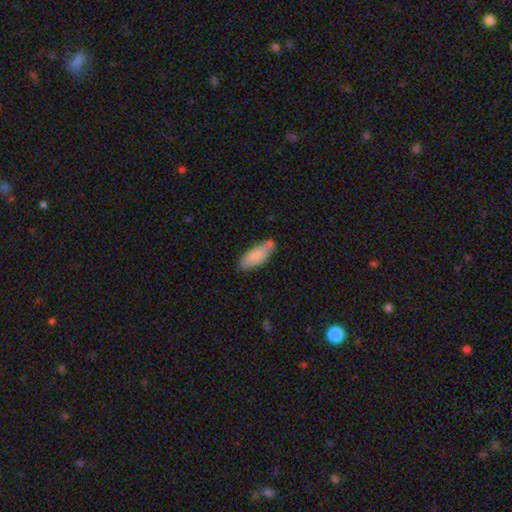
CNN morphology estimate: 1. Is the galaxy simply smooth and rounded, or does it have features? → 84% smooth, 11% featured or disk, 6% star or artifact.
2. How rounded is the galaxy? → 72% in between, 27% cigar-shaped, 2% round.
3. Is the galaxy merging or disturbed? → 71% none, 18% minor disturbance, 8% merger, 3% major disturbance.